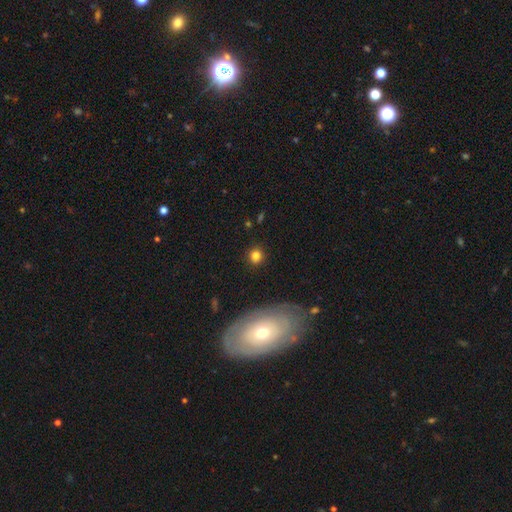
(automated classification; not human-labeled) Smooth or featured? Predicted: smooth (p=0.80). How rounded? Predicted: round (p=0.88). Merging? Predicted: none (p=0.88).